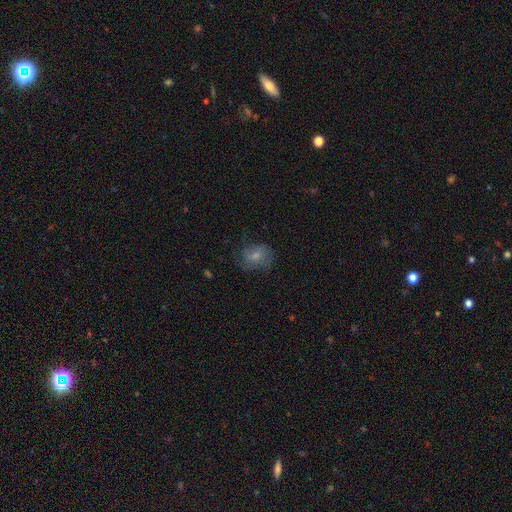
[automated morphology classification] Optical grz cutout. It shows a smooth galaxy with no disk features (63%) that is round (53%). Merging: none (57%).